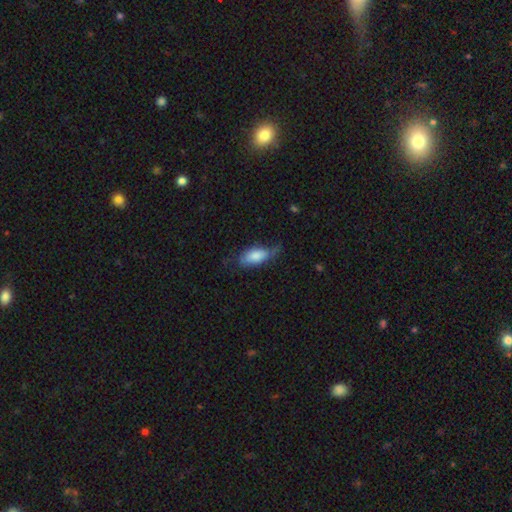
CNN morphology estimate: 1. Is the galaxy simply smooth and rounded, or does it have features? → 73% smooth, 20% featured or disk, 7% star or artifact.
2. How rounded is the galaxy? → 85% in between, 13% cigar-shaped, 3% round.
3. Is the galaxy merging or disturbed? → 43% none, 37% minor disturbance, 18% major disturbance, 2% merger.